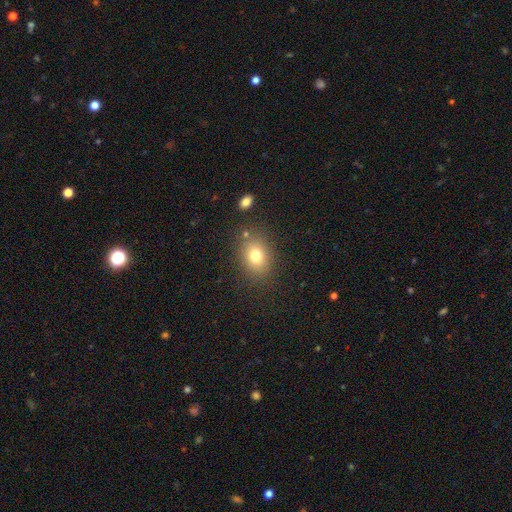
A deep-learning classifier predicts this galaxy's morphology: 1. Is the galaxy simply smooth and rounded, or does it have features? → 76% smooth, 13% star or artifact, 11% featured or disk.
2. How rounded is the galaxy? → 61% in between, 37% round, 1% cigar-shaped.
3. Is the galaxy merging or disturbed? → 81% none, 11% minor disturbance, 4% merger, 4% major disturbance.